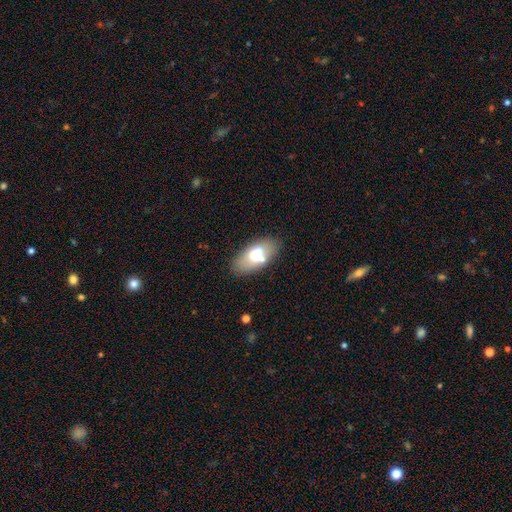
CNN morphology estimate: The model was most divided on "smooth or featured": smooth: 60%, featured or disk: 32%, star or artifact: 9%. More confident: how rounded — in between (90%); merging — none (68%).